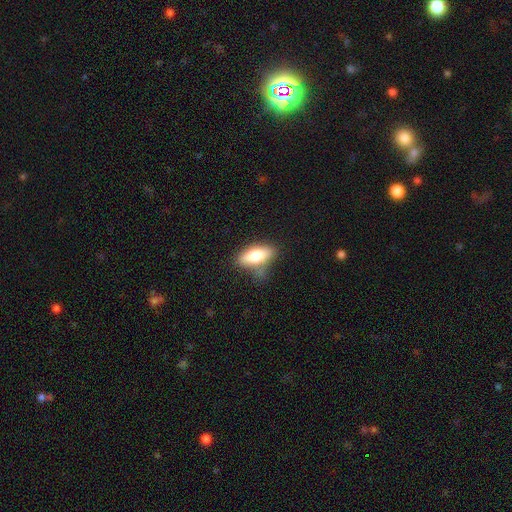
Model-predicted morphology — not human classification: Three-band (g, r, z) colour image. It shows a smooth galaxy with no disk features (71%) that is in between round and cigar-shaped (78%). Merging: none (67%).